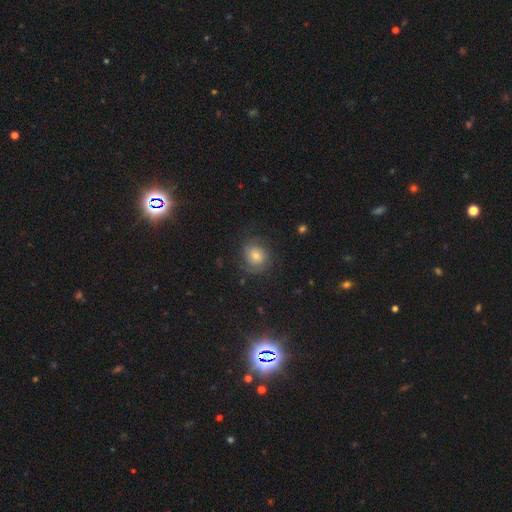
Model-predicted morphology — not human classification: smooth_or_featured: featured or disk (p=0.48) [alt: smooth p=0.33]
merging: none (p=0.73) [alt: minor disturbance p=0.16]